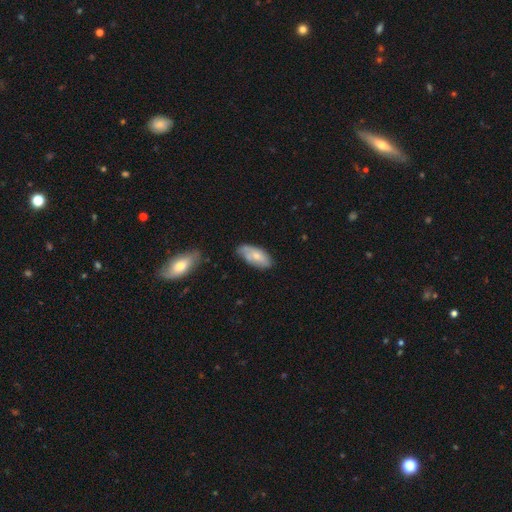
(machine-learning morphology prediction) smooth 59%, featured or disk 34%, star or artifact 6%. Down the decision tree: how rounded — in between (88%); merging — none (59%).